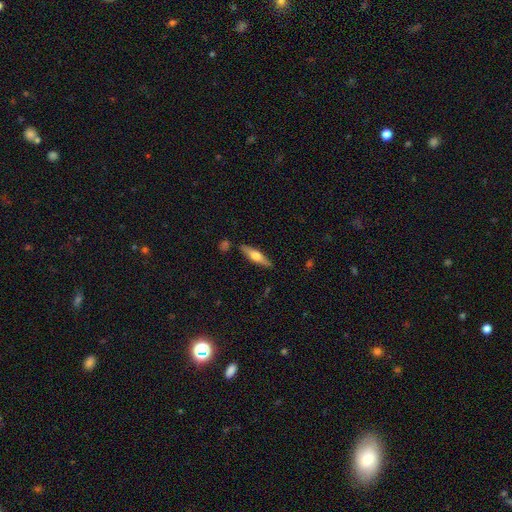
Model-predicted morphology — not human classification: smooth 48%, featured or disk 46%, star or artifact 6%. Down the decision tree: merging — none (85%).